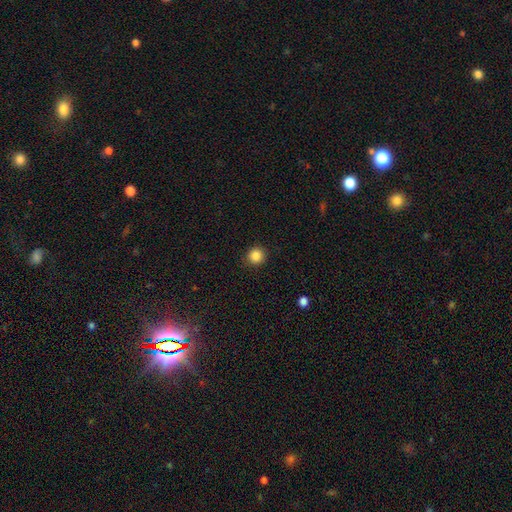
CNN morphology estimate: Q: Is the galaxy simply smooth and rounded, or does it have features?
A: smooth — 86%.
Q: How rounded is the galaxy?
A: round — 93%.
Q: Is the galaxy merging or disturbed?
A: none — 91%.